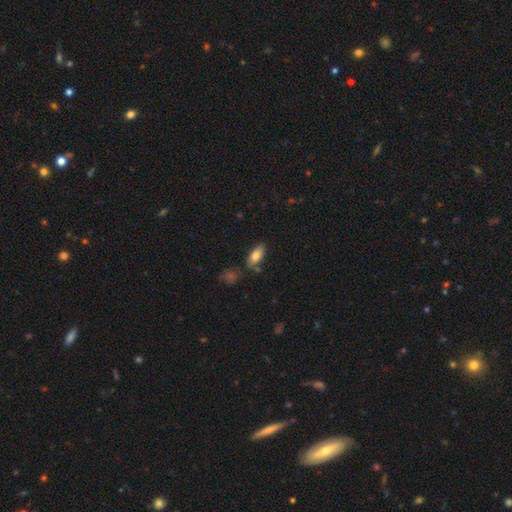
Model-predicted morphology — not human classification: Q: Smooth or featured?
A: smooth (82%); runner-up: featured or disk (11%)
Q: How rounded?
A: in between (87%); runner-up: cigar-shaped (11%)
Q: Merging?
A: none (75%); runner-up: minor disturbance (15%)